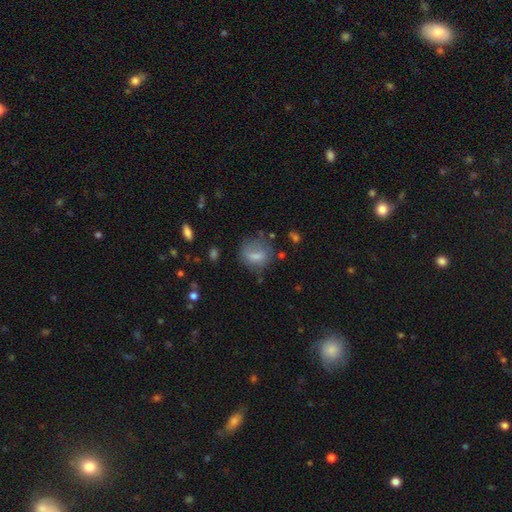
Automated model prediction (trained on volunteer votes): Smooth or featured? Predicted: smooth (p=0.67). How rounded? Predicted: round (p=0.50). Merging? Predicted: none (p=0.54).